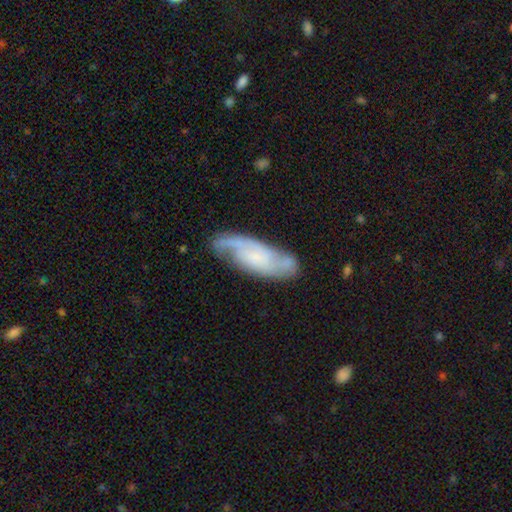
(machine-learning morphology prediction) Smooth or featured?
  - featured or disk: 75% *
  - smooth: 19%
  - star or artifact: 6%
Edge-on disk?
  - no: 89% *
  - yes: 11%
Bar?
  - no: 57% *
  - weak: 35%
  - strong: 8%
Spiral arms?
  - yes: 94% *
  - no: 6%
Spiral winding?
  - medium: 48% *
  - tight: 31%
  - loose: 22%
Spiral arm count?
  - 2: 69% *
  - can't tell: 15%
  - 3: 8%
  - 1: 5%
  - 4: 2%
  - more than 4: 2%
Bulge size?
  - small: 49% *
  - none: 28%
  - moderate: 18%
  - large: 3%
  - dominant: 1%
Merging?
  - none: 69% *
  - minor disturbance: 21%
  - major disturbance: 8%
  - merger: 3%